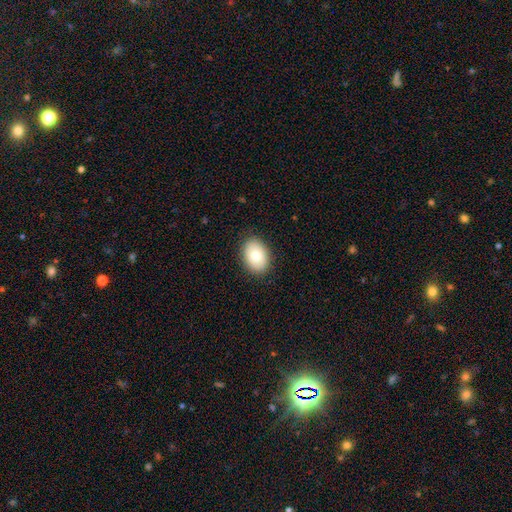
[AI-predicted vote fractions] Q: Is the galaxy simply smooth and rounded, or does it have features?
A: smooth — 80%.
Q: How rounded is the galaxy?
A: in between — 80%.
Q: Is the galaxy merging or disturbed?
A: none — 88%.